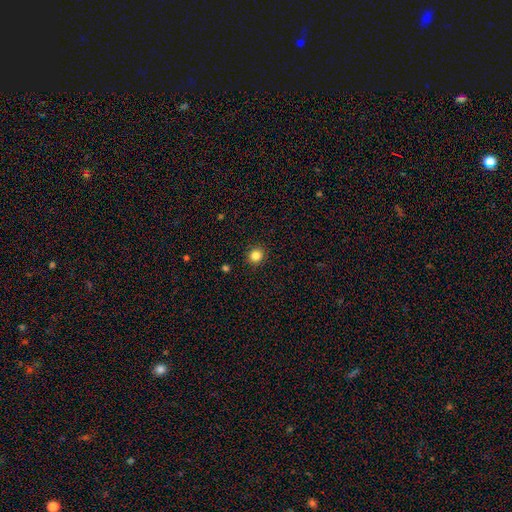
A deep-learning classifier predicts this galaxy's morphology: A smooth galaxy with no disk features (84%) that is round (84%).

Vote fractions:
- Smooth or featured? smooth: 84% / star or artifact: 12% / featured or disk: 4%
- How rounded? round: 84% / in between: 15% / cigar-shaped: 1%
- Merging? none: 91% / minor disturbance: 6% / major disturbance: 2% / merger: 1%